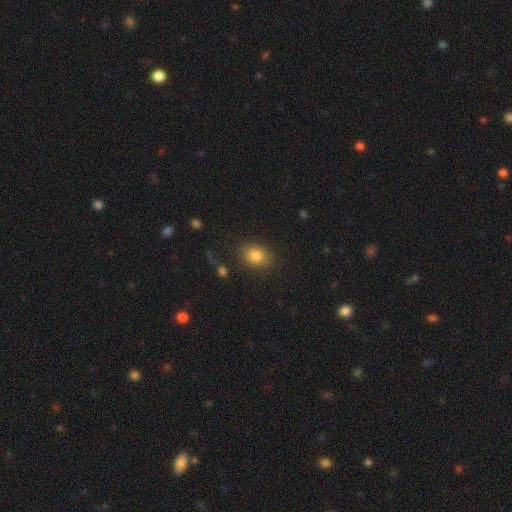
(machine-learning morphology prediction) type=smooth (82%); roundness=in between (58%); merging=none (83%).